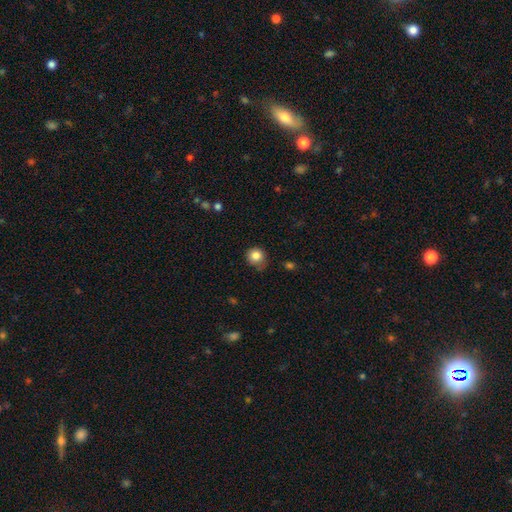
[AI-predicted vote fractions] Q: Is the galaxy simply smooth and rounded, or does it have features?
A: smooth — 83%.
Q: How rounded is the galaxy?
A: round — 87%.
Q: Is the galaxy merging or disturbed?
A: none — 71%.